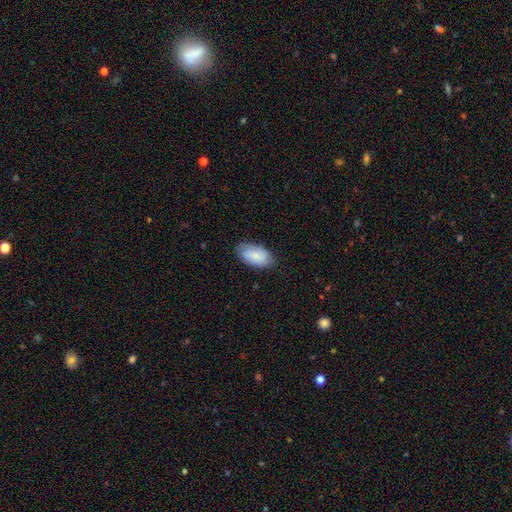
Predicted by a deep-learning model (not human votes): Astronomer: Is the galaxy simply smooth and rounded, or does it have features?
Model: smooth — 82%.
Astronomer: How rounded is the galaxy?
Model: in between — 95%.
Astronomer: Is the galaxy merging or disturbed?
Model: none — 79%.